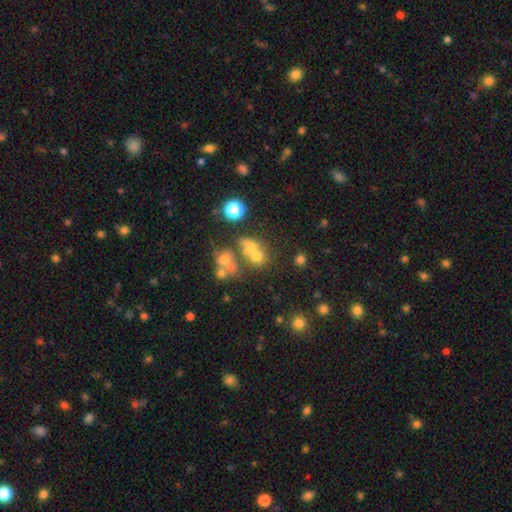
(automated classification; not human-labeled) Smooth or featured? smooth (52%)
How rounded? round (72%)
Merging? merger (41%, tied with none)